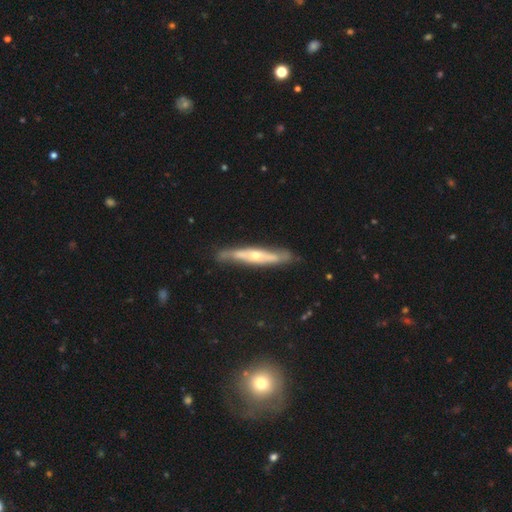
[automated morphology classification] Smooth or featured? Predicted: featured or disk (p=0.72). Edge-on disk? Predicted: yes (p=0.73). Edge-on bulge? Predicted: rounded (p=0.78). Merging? Predicted: none (p=0.78).